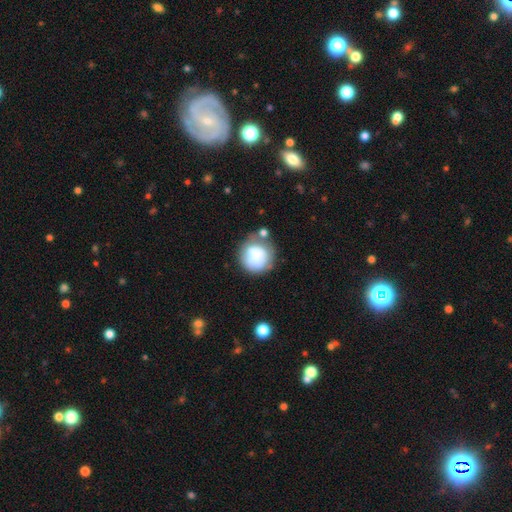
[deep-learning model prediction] smooth 76%, featured or disk 16%, star or artifact 8%. Down the decision tree: how rounded — round (86%); merging — none (50%).